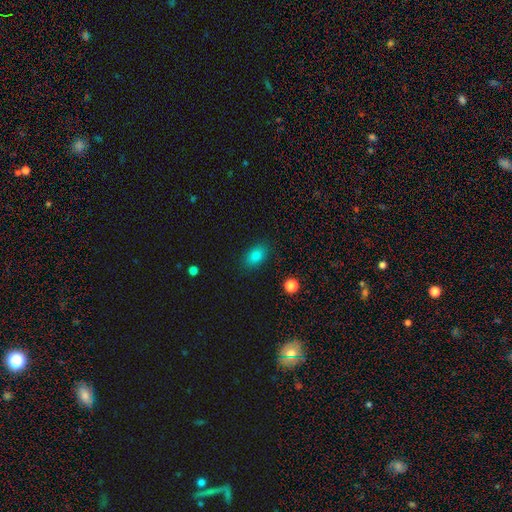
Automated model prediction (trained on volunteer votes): smooth-or-featured: smooth: 82% | star or artifact: 11% | featured or disk: 7%
  how-rounded: in between: 85% | round: 13% | cigar-shaped: 2%
  merging: none: 87% | minor disturbance: 9% | major disturbance: 3% | merger: 1%